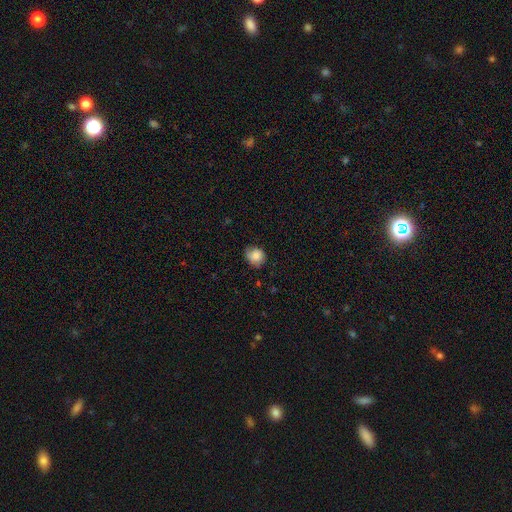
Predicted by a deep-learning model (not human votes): smooth 81%, featured or disk 11%, star or artifact 8%. Down the decision tree: how rounded — round (72%); merging — none (64%).